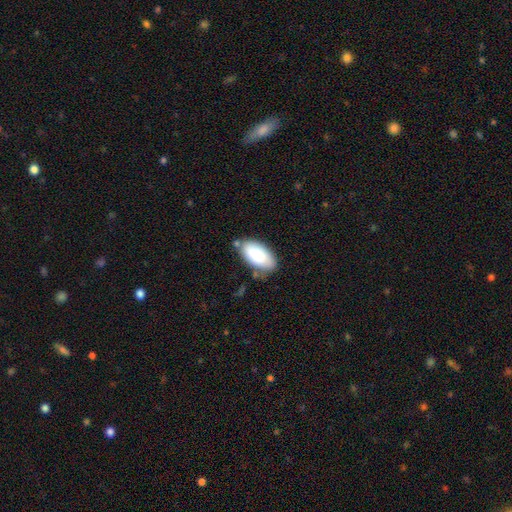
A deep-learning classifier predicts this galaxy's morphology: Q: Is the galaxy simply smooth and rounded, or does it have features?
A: smooth — 86%.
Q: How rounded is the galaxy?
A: in between — 95%.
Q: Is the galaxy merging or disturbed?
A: none — 68%.